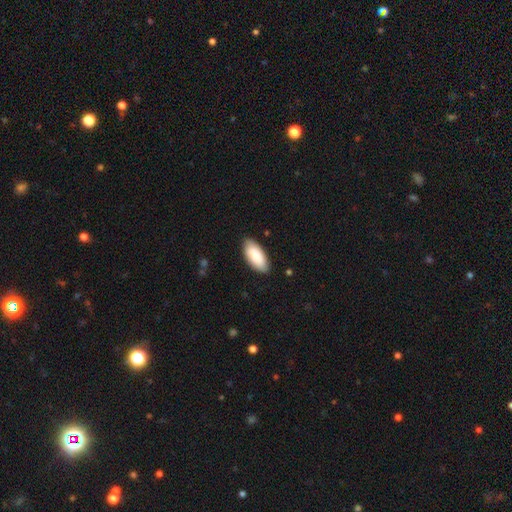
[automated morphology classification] The model was most divided on "merging": none: 85%, minor disturbance: 12%, major disturbance: 2%, merger: 1%. More confident: how rounded — in between (91%); smooth or featured — smooth (84%).